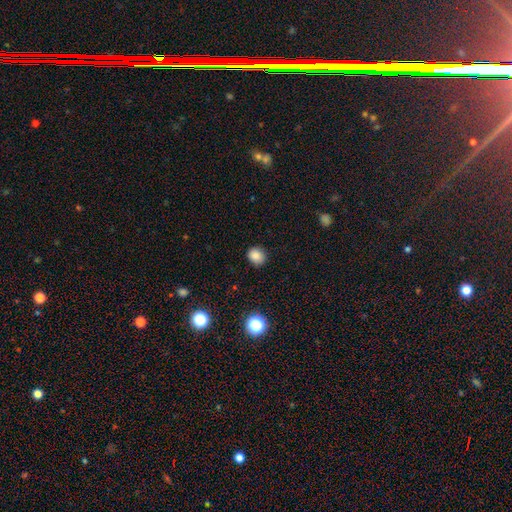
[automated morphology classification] A smooth galaxy with no disk features (85%) that is round (72%). Merging: none (87%).